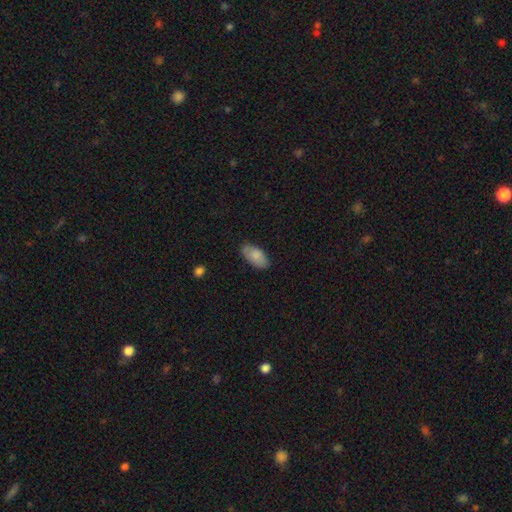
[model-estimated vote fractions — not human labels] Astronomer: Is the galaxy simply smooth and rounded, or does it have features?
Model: smooth — 83%.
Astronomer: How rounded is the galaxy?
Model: in between — 94%.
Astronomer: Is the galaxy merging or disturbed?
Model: none — 83%.